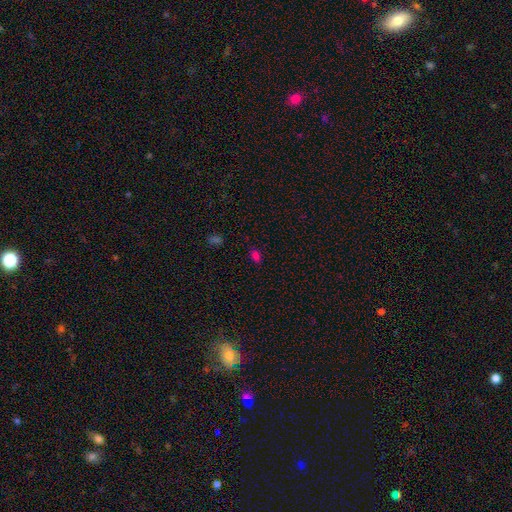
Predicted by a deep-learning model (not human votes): A smooth galaxy with no disk features (73%) that is in between round and cigar-shaped (86%). Merging: none (83%).